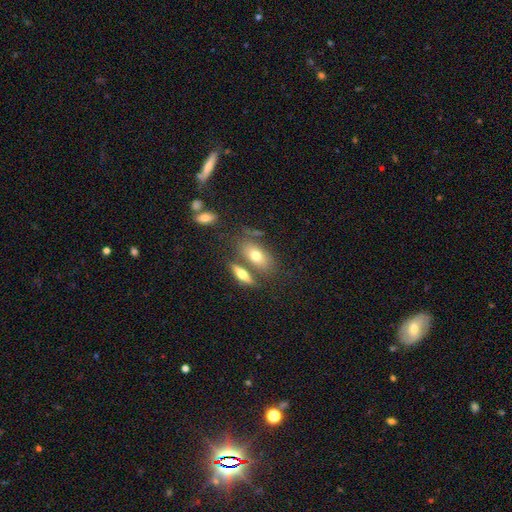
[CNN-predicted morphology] This appears to be a smooth galaxy with no disk features (69%) that is in between round and cigar-shaped (84%). Merging: none (56%).